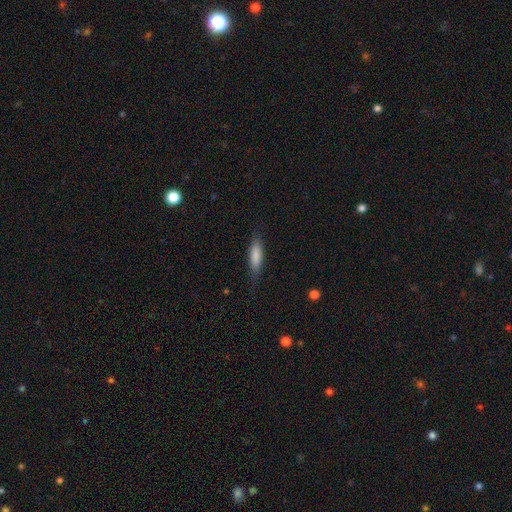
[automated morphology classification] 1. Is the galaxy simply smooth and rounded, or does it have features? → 82% smooth, 12% featured or disk, 6% star or artifact.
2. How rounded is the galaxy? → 61% cigar-shaped, 37% in between, 2% round.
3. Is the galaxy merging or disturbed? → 79% none, 16% minor disturbance, 4% major disturbance, 1% merger.